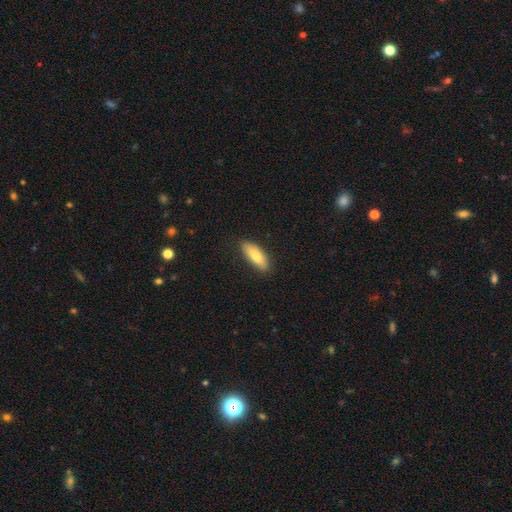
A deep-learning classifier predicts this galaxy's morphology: Overall: smooth (80%). How rounded: in between (61%; cigar-shaped 37%). Merging: none (87%).